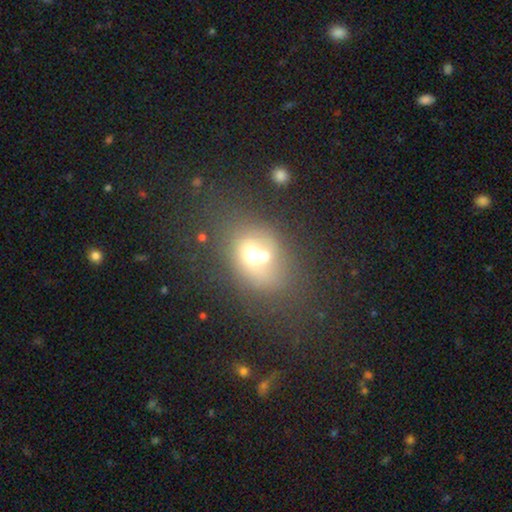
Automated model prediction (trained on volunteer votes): smooth_or_featured: smooth (p=0.59) [alt: featured or disk p=0.25]
how_rounded: round (p=0.51) [alt: in between p=0.48]
merging: merger (p=0.56) [alt: none p=0.29]